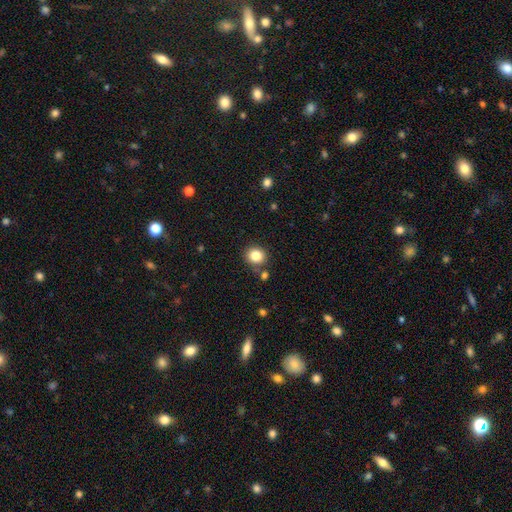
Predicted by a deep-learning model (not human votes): Q: Smooth or featured?
A: smooth (83%); runner-up: star or artifact (11%)
Q: How rounded?
A: round (81%); runner-up: in between (18%)
Q: Merging?
A: none (82%); runner-up: minor disturbance (9%)